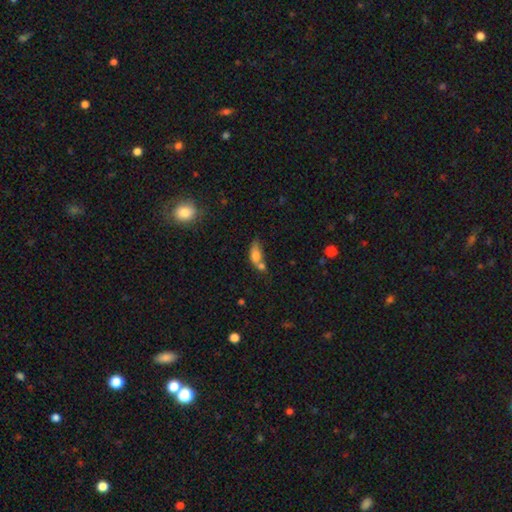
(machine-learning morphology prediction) Smooth or featured? smooth (68%)
How rounded? in between (75%)
Merging? merger (50%)